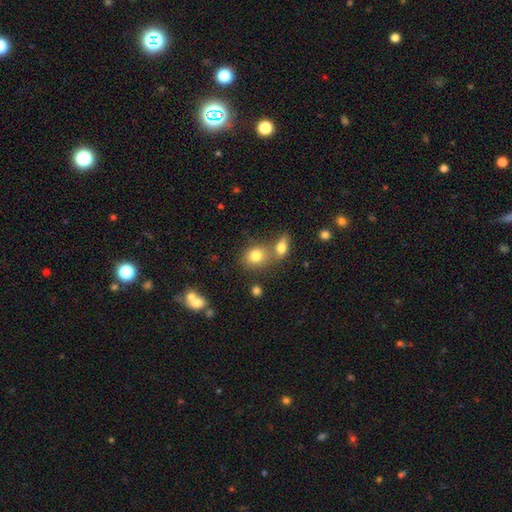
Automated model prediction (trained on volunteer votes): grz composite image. It shows a smooth galaxy with no disk features (81%) that is round (54%). Merging: none (52%).